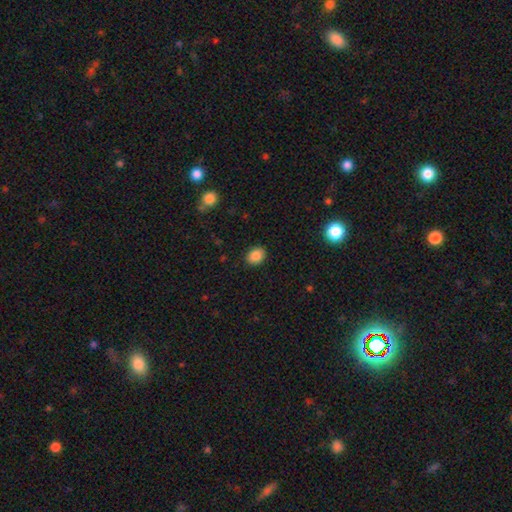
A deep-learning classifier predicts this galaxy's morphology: A smooth galaxy with no disk features (86%) that is in between round and cigar-shaped (52%). Merging: none (89%).